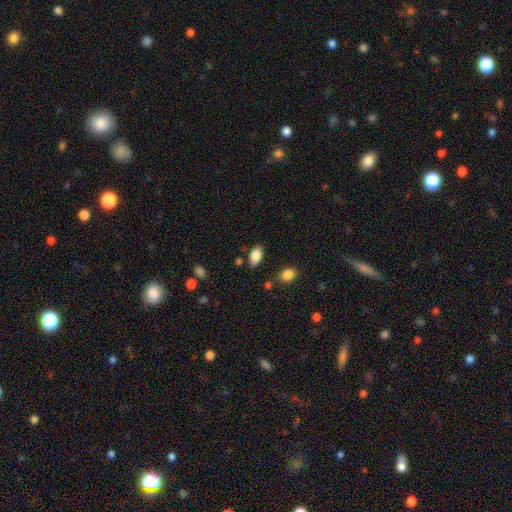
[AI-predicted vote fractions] smooth 87%, star or artifact 8%, featured or disk 6%. Down the decision tree: how rounded — in between (92%); merging — none (81%).